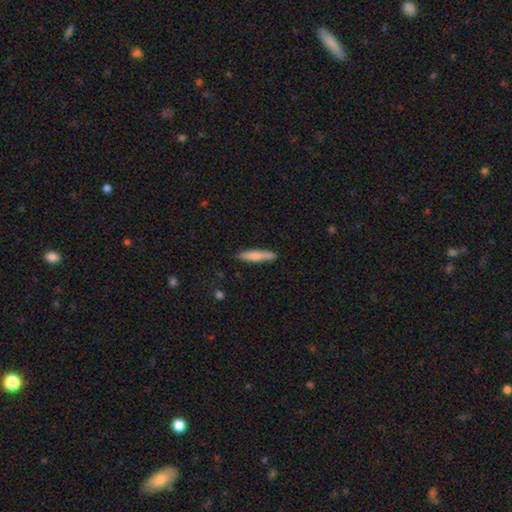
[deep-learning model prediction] A smooth galaxy with no disk features (76%) that is cigar-shaped (86%).

Vote fractions:
- Smooth or featured? smooth: 76% / featured or disk: 19% / star or artifact: 5%
- How rounded? cigar-shaped: 86% / in between: 12% / round: 1%
- Merging? none: 84% / minor disturbance: 12% / major disturbance: 2% / merger: 2%